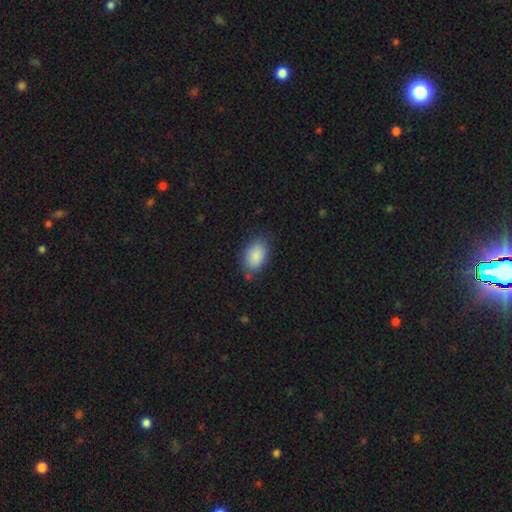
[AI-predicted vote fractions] Morphology: type=smooth (88%); roundness=in between (90%); merging=none (75%).